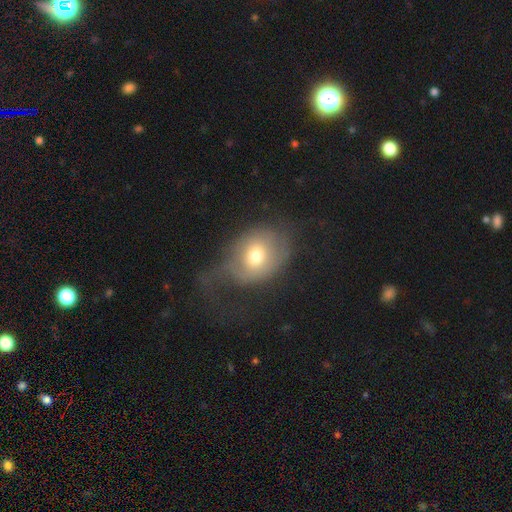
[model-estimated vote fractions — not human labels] A smooth galaxy with no disk features (62%) that is in between round and cigar-shaped (53%).

Vote fractions:
- Smooth or featured? smooth: 62% / featured or disk: 29% / star or artifact: 9%
- How rounded? in between: 53% / round: 46% / cigar-shaped: 1%
- Merging? major disturbance: 44% / none: 28% / minor disturbance: 26% / merger: 2%